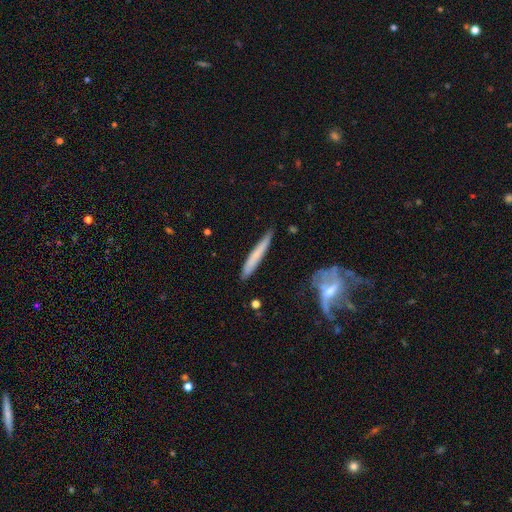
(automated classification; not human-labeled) This appears to be a smooth galaxy with no disk features (59%) that is cigar-shaped (95%). Merging: none (82%).